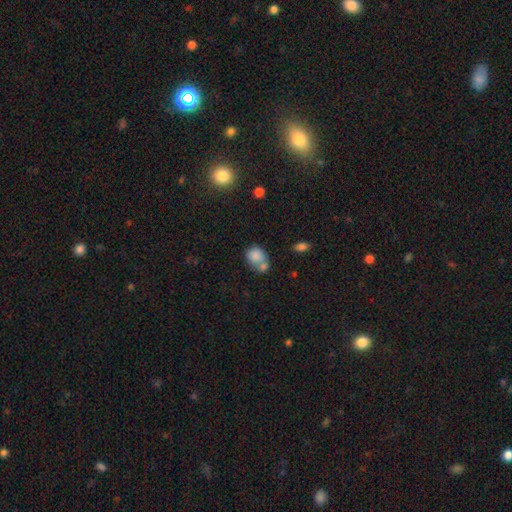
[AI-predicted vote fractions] smooth 81%, featured or disk 10%, star or artifact 9%. Down the decision tree: how rounded — round (65%); merging — merger (49%).